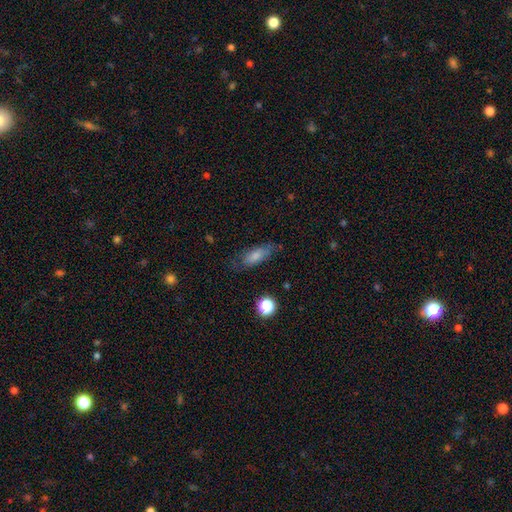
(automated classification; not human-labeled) smooth_or_featured: smooth (p=0.76) [alt: featured or disk p=0.15]
how_rounded: in between (p=0.72) [alt: cigar-shaped p=0.25]
merging: none (p=0.69) [alt: minor disturbance p=0.22]